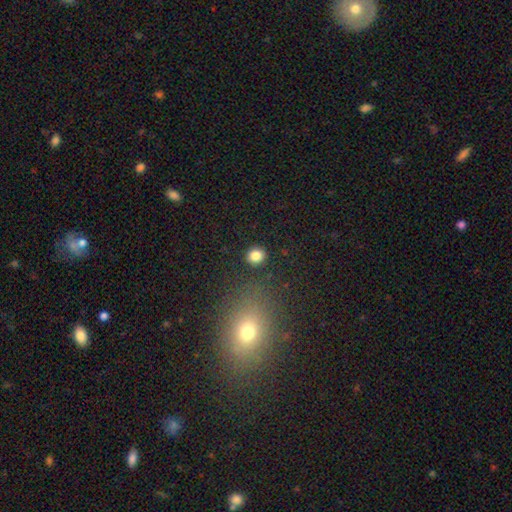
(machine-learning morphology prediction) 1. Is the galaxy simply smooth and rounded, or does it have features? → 83% smooth, 11% star or artifact, 5% featured or disk.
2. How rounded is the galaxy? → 81% round, 18% in between, 1% cigar-shaped.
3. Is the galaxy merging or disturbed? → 90% none, 6% minor disturbance, 2% major disturbance, 2% merger.